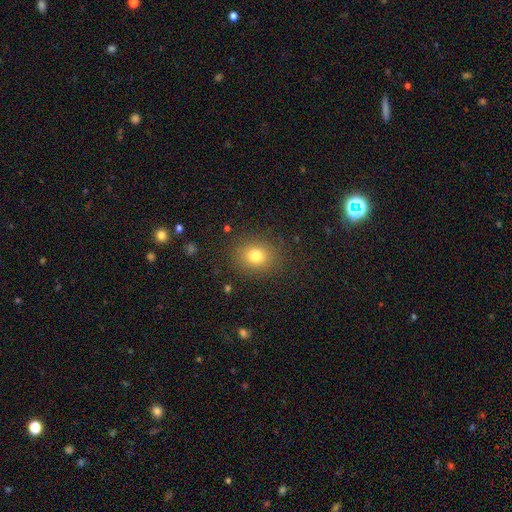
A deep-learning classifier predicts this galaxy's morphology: Smooth or featured?
  - smooth: 78% *
  - star or artifact: 13%
  - featured or disk: 9%
How rounded?
  - round: 65% *
  - in between: 34%
  - cigar-shaped: 1%
Merging?
  - none: 86% *
  - minor disturbance: 9%
  - major disturbance: 4%
  - merger: 1%